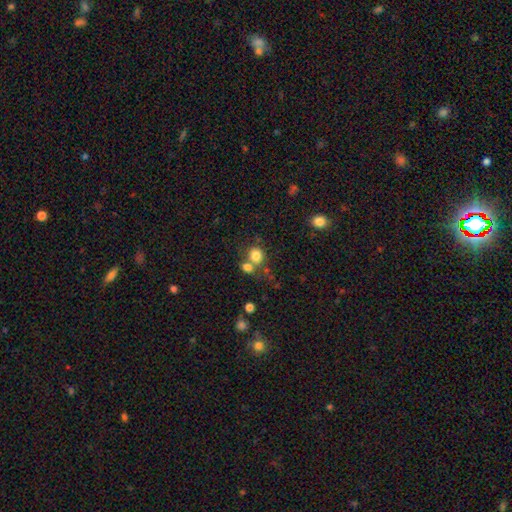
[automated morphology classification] Overall: smooth (80%). How rounded: round (75%). Merging: none (51%; merger 35%).